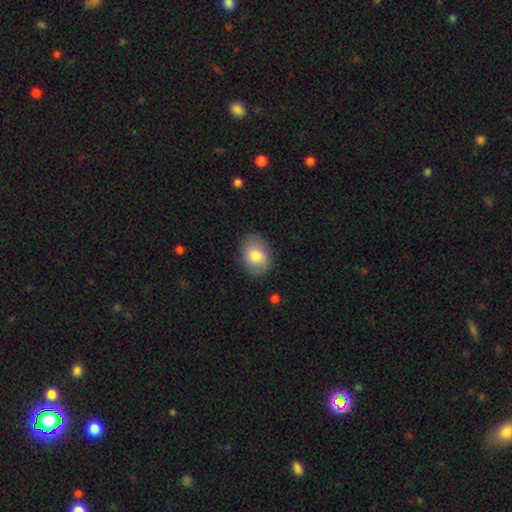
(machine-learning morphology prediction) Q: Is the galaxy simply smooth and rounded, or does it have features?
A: smooth — 82%.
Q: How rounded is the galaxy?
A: in between — 70%.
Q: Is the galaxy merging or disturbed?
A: none — 83%.